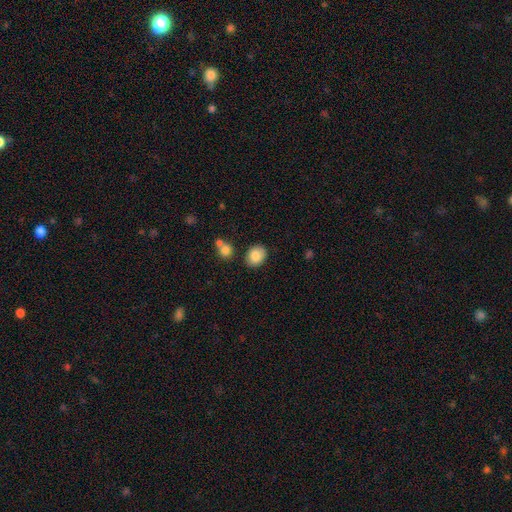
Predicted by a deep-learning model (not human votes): Q: Smooth or featured?
A: smooth (85%); runner-up: star or artifact (8%)
Q: How rounded?
A: in between (57%); runner-up: round (42%)
Q: Merging?
A: none (81%); runner-up: minor disturbance (11%)